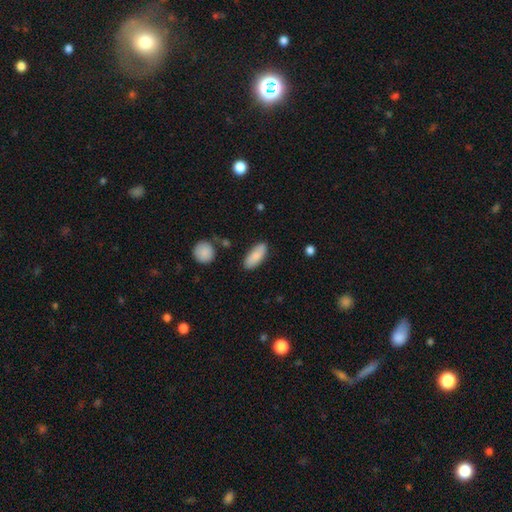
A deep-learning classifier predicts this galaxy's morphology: smooth-or-featured: smooth: 85% | featured or disk: 9% | star or artifact: 6%
  how-rounded: in between: 80% | cigar-shaped: 18% | round: 2%
  merging: none: 83% | minor disturbance: 12% | merger: 3% | major disturbance: 3%